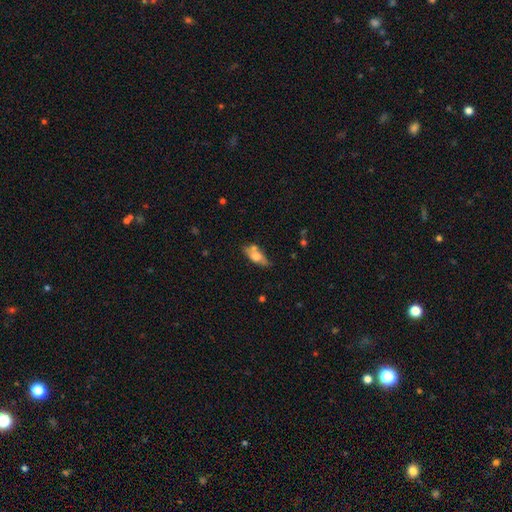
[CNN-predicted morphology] smooth-or-featured: smooth: 57% | featured or disk: 35% | star or artifact: 7%
  how-rounded: in between: 72% | cigar-shaped: 23% | round: 4%
  merging: none: 59% | minor disturbance: 20% | merger: 15% | major disturbance: 6%